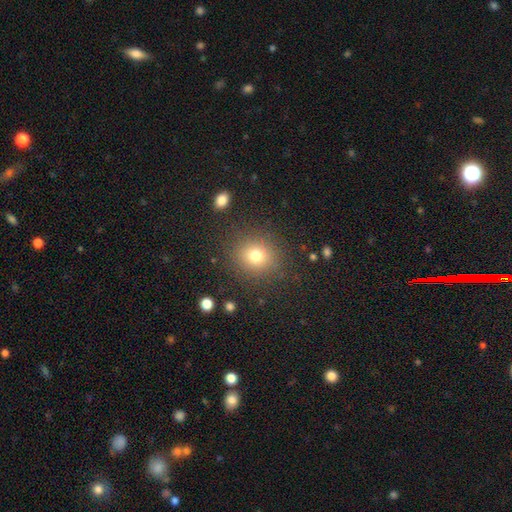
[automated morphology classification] A smooth galaxy with no disk features (76%) that is round (84%).

Vote fractions:
- Smooth or featured? smooth: 76% / star or artifact: 15% / featured or disk: 9%
- How rounded? round: 84% / in between: 15% / cigar-shaped: 1%
- Merging? none: 86% / minor disturbance: 8% / major disturbance: 4% / merger: 2%